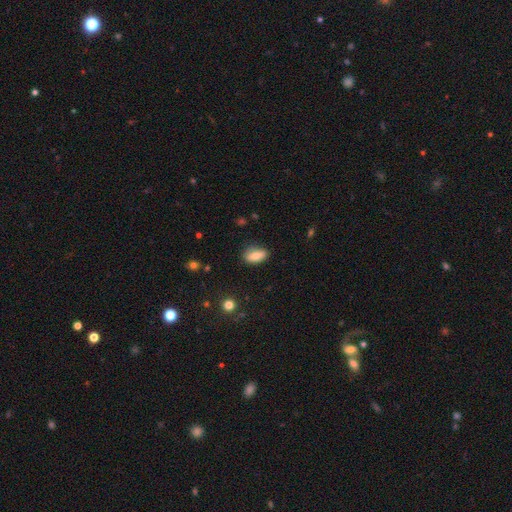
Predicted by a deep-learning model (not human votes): smooth_or_featured: smooth (p=0.78) [alt: featured or disk p=0.14]
how_rounded: in between (p=0.85) [alt: cigar-shaped p=0.10]
merging: none (p=0.79) [alt: minor disturbance p=0.16]